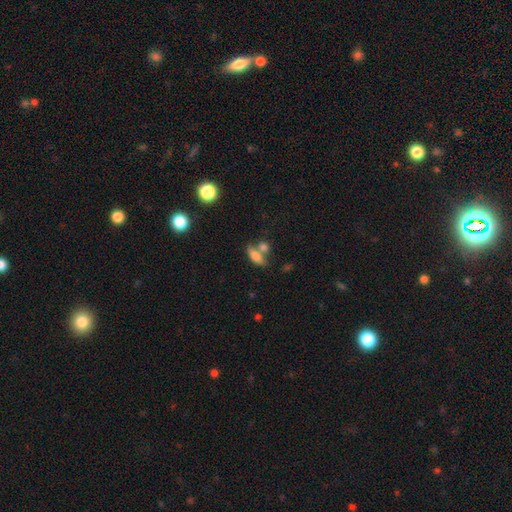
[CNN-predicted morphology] Q: Smooth or featured?
A: smooth (74%); runner-up: featured or disk (17%)
Q: How rounded?
A: in between (68%); runner-up: cigar-shaped (26%)
Q: Merging?
A: none (48%); runner-up: merger (36%)